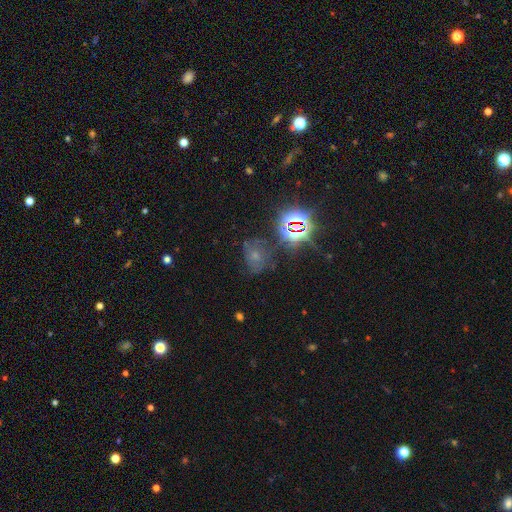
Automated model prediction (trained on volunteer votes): Smooth or featured: star or artifact — 44% (smooth — 32%)